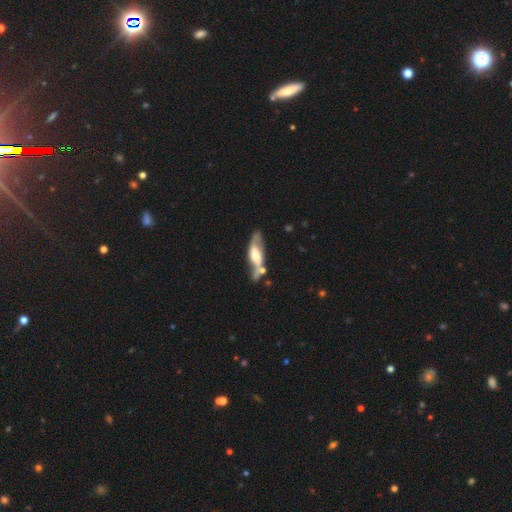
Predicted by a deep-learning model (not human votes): Q: Smooth or featured?
A: featured or disk (72%); runner-up: smooth (23%)
Q: Edge-on disk?
A: no (70%); runner-up: yes (30%)
Q: Bar?
A: weak (39%); runner-up: no (35%)
Q: Spiral arms?
A: yes (81%); runner-up: no (19%)
Q: Bulge size?
A: moderate (45%); runner-up: large (32%)
Q: Merging?
A: none (52%); runner-up: minor disturbance (21%)